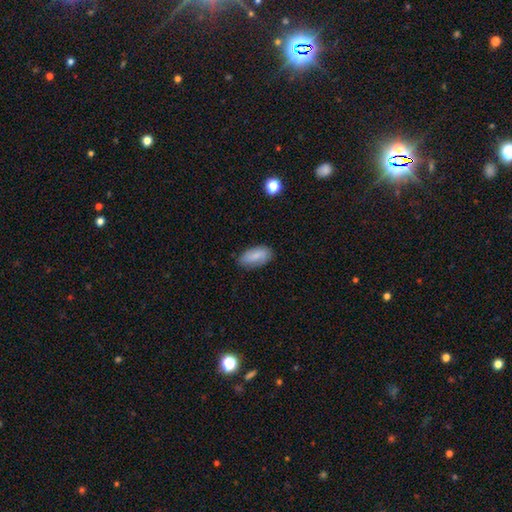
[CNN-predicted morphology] smooth-or-featured: smooth: 78% | featured or disk: 15% | star or artifact: 7%
  how-rounded: in between: 92% | cigar-shaped: 6% | round: 3%
  merging: none: 79% | minor disturbance: 17% | major disturbance: 3% | merger: 1%